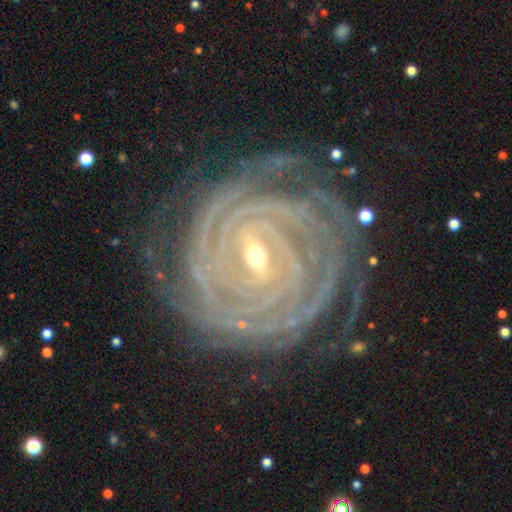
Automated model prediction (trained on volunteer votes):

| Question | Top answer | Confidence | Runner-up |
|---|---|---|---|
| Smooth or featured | featured or disk | 91% | star or artifact (6%) |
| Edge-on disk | no | 97% | yes (3%) |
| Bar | strong | 51% | weak (36%) |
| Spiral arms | yes | 98% | no (2%) |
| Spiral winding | tight | 90% | medium (8%) |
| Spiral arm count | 4 | 23% | tied: more than 4 (23%) |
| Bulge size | small | 60% | moderate (36%) |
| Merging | none | 79% | minor disturbance (14%) |